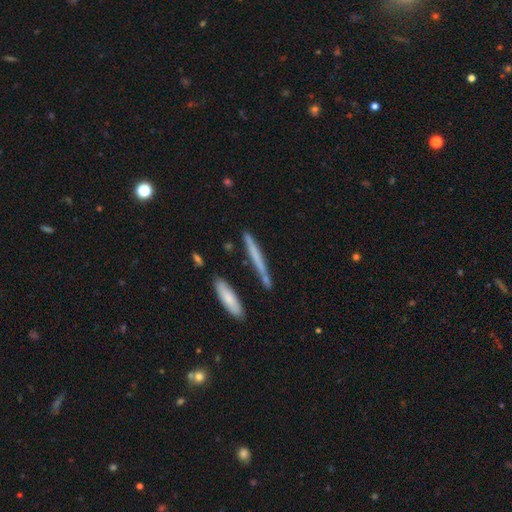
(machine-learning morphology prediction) Smooth or featured? smooth (60%)
How rounded? cigar-shaped (95%)
Merging? none (79%)